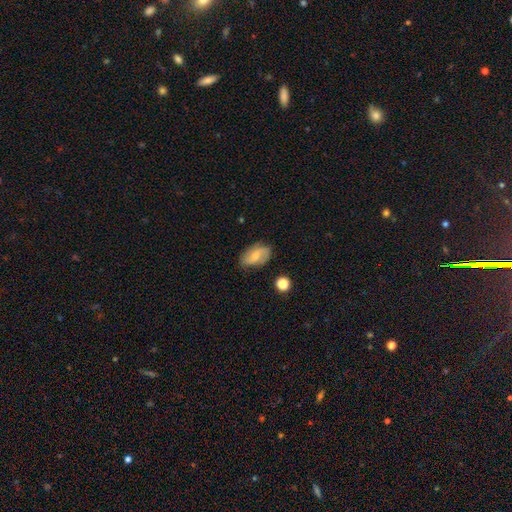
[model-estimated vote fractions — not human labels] Overall: featured or disk (47%; smooth 45%). Merging: none (75%).